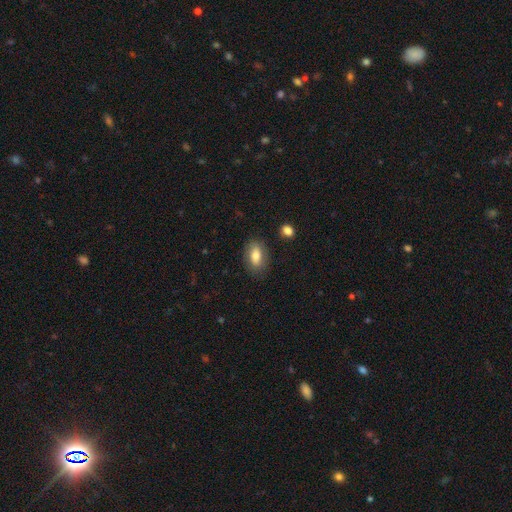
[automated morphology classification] A smooth galaxy with no disk features (78%) that is in between round and cigar-shaped (88%). Merging: none (82%).